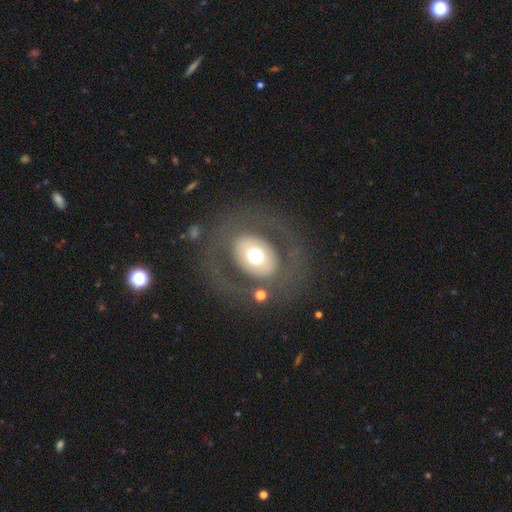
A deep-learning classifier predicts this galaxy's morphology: The model was most divided on "bulge size": moderate: 59%, large: 20%, small: 16%, dominant: 3%, none: 1%. More confident: edge-on disk — no (94%); merging — none (79%); spiral arms — no (71%); smooth or featured — featured or disk (67%); bar — no (64%).